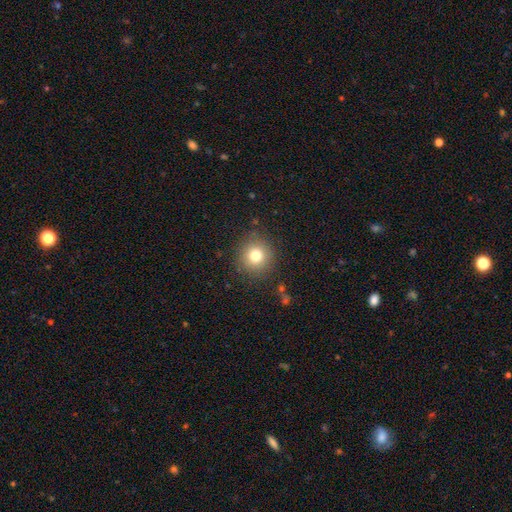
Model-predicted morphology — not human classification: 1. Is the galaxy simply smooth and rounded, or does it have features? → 78% smooth, 12% star or artifact, 9% featured or disk.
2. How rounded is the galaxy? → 93% round, 6% in between, 1% cigar-shaped.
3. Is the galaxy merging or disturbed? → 87% none, 8% minor disturbance, 3% major disturbance, 2% merger.